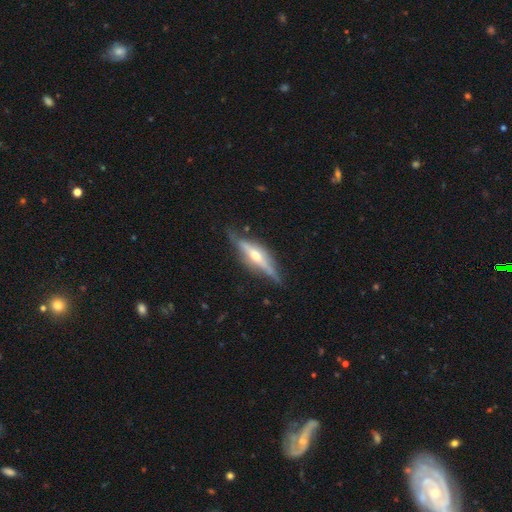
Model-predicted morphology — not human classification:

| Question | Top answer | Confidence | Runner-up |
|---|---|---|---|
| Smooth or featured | featured or disk | 77% | smooth (18%) |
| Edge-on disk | yes | 92% | no (8%) |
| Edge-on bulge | rounded | 88% | boxy (8%) |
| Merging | none | 77% | minor disturbance (17%) |